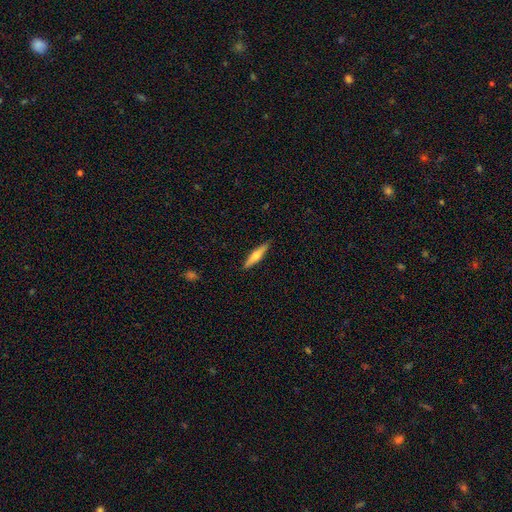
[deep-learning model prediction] Q: Smooth or featured?
A: smooth (48%); runner-up: featured or disk (46%)
Q: Merging?
A: none (90%); runner-up: minor disturbance (8%)